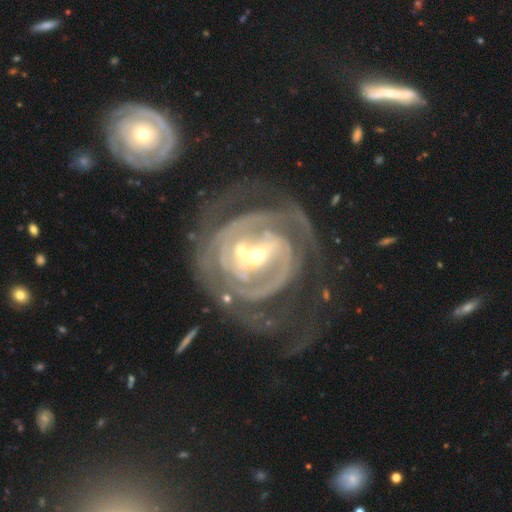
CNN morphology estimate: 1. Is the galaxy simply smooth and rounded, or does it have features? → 89% featured or disk, 6% smooth, 5% star or artifact.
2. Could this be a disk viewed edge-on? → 97% no, 3% yes.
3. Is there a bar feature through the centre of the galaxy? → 44% strong, 34% weak, 22% no.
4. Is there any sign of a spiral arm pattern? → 91% yes, 9% no.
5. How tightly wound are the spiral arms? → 64% tight, 27% medium, 9% loose.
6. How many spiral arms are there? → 44% 2, 26% can't tell, 13% 3, 6% 1, 6% 4, 5% more than 4.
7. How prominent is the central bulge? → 55% small, 39% moderate, 3% large, 1% none, 1% dominant.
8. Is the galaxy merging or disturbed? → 35% none, 28% merger, 23% major disturbance, 14% minor disturbance.